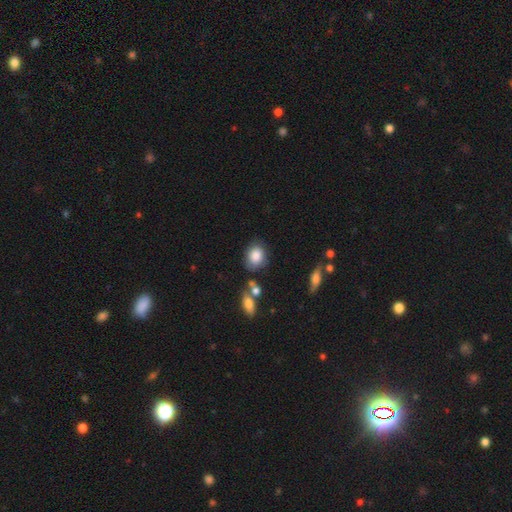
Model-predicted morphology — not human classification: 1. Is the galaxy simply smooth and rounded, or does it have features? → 84% smooth, 8% featured or disk, 8% star or artifact.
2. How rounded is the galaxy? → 57% in between, 41% round, 1% cigar-shaped.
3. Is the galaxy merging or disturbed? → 68% none, 20% minor disturbance, 7% merger, 5% major disturbance.